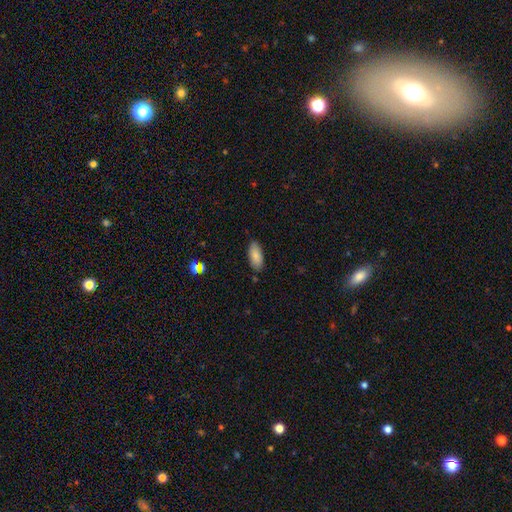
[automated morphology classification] smooth 86%, featured or disk 8%, star or artifact 7%. Down the decision tree: how rounded — in between (87%); merging — none (85%).